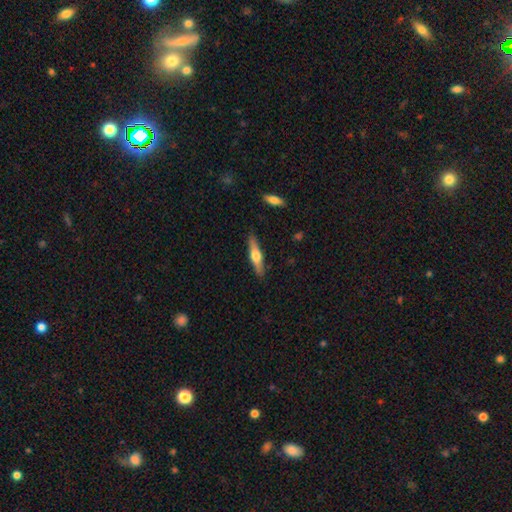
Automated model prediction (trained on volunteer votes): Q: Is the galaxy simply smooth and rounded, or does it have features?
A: featured or disk — 55%.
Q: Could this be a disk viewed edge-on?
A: yes — 95%.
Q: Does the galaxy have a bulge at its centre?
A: rounded — 93%.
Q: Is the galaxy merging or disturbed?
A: none — 88%.